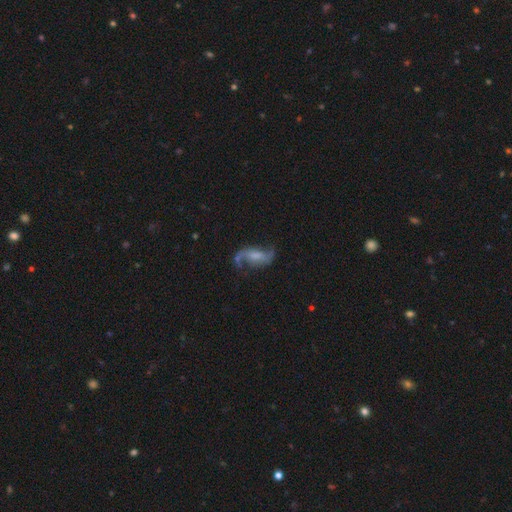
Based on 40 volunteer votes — Morphology: type=featured or disk (72%); edge-on=no (100%); bar=weak (55%); spiral arms=yes (100%); winding=loose (76%); arm count=2 (93%); bulge=none (38%); merging=none (78%).